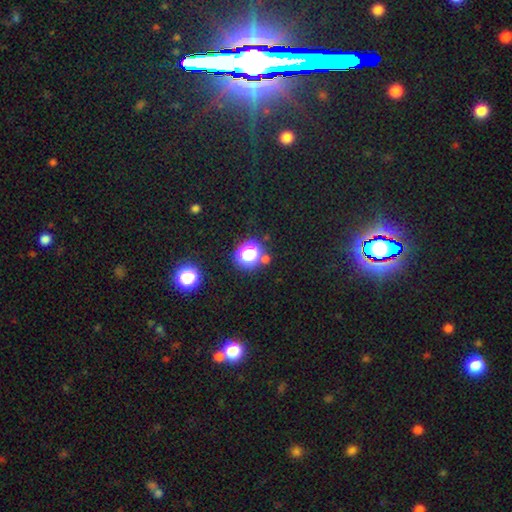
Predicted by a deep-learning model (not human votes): This appears to be a star or artifact, not a galaxy (73%).